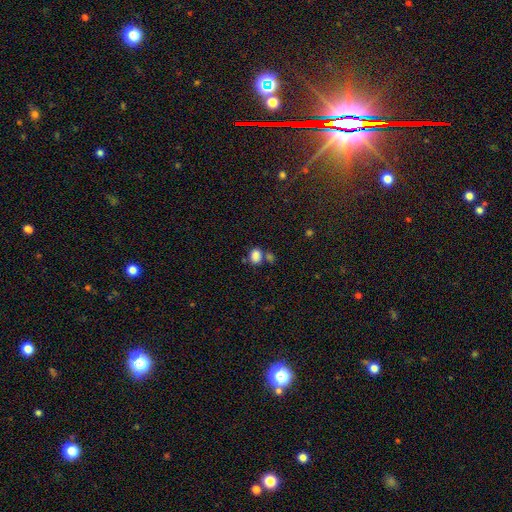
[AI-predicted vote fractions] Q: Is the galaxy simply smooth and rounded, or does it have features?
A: smooth — 84%.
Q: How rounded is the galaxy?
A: in between — 62%.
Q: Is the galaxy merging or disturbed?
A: none — 52%.